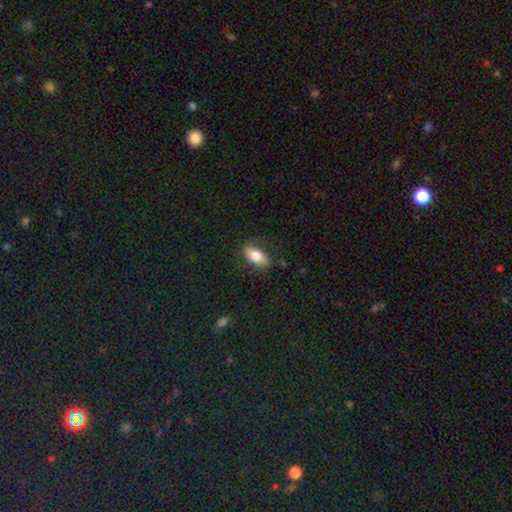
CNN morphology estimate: type=smooth (71%); roundness=in between (86%); merging=none (77%).